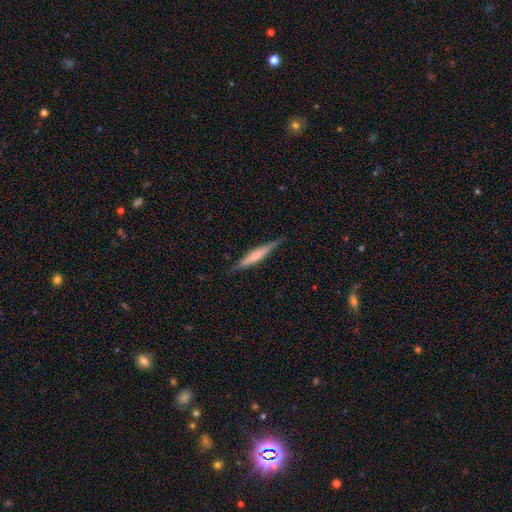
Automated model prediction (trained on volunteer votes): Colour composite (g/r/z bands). It shows a featured or disk galaxy (53%) viewed edge-on (97%) with a rounded central bulge (49%). Merging: none (88%).